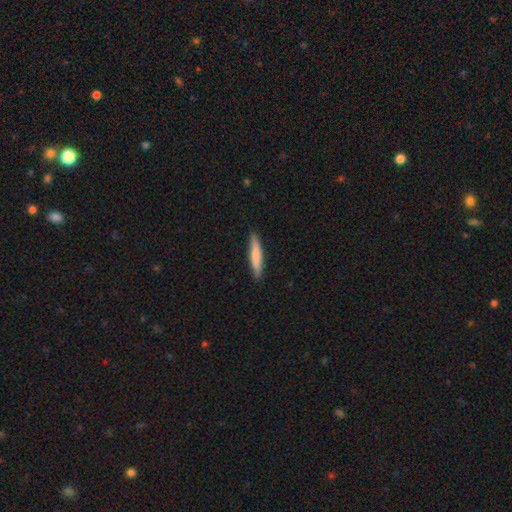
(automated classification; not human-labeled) Smooth or featured? Predicted: smooth (p=0.76). How rounded? Predicted: cigar-shaped (p=0.91). Merging? Predicted: none (p=0.88).